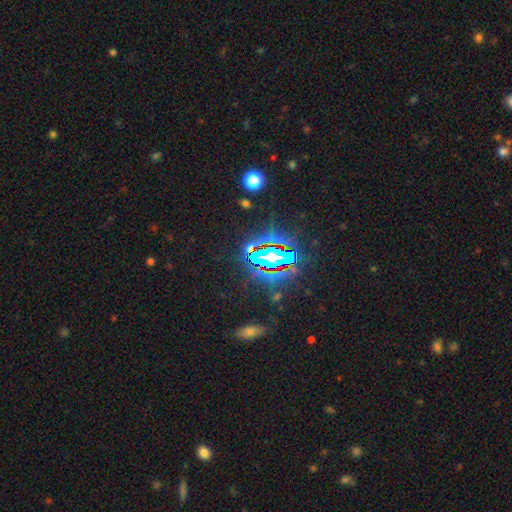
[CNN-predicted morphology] smooth_or_featured: star or artifact (p=0.80) [alt: smooth p=0.10]